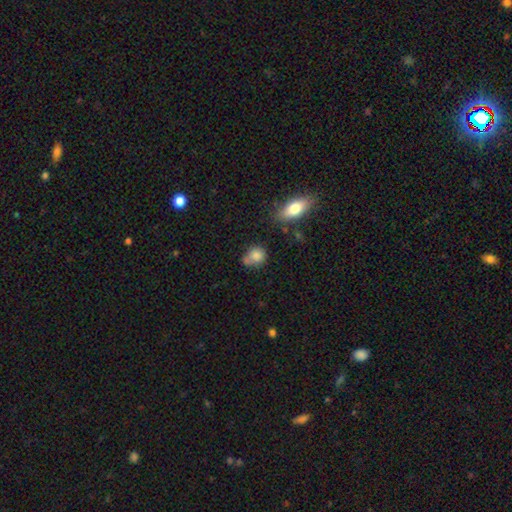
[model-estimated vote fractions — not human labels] The model was most divided on "merging": none: 47%, merger: 25%, minor disturbance: 21%, major disturbance: 7%. More confident: smooth or featured — smooth (81%); how rounded — round (69%).